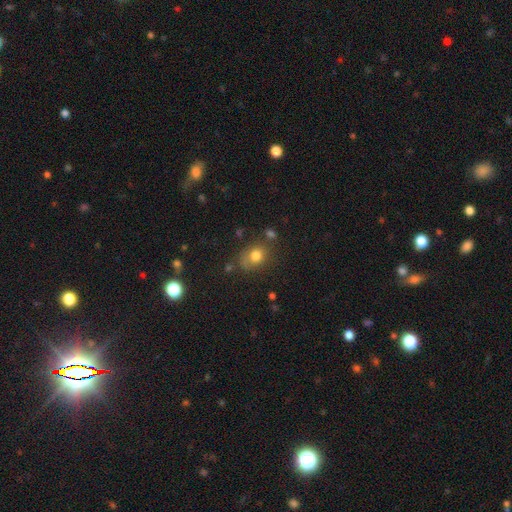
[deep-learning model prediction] A smooth galaxy with no disk features (77%) that is round (50%).

Vote fractions:
- Smooth or featured? smooth: 77% / star or artifact: 12% / featured or disk: 10%
- How rounded? round: 50% / in between: 49% / cigar-shaped: 1%
- Merging? none: 61% / minor disturbance: 22% / major disturbance: 9% / merger: 8%